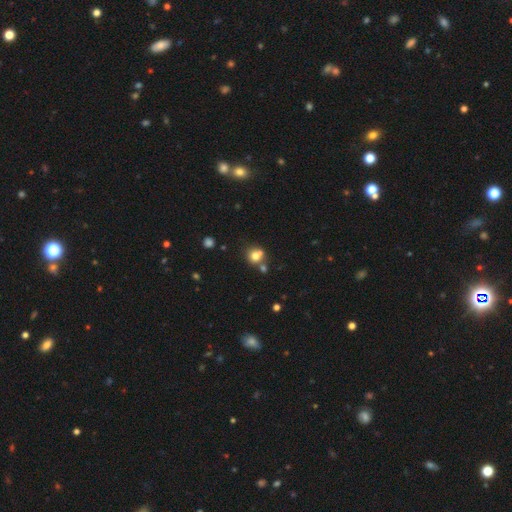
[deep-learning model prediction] Smooth or featured?
  - smooth: 75% *
  - star or artifact: 13%
  - featured or disk: 12%
How rounded?
  - round: 79% *
  - in between: 20%
  - cigar-shaped: 1%
Merging?
  - none: 51% *
  - merger: 34%
  - minor disturbance: 11%
  - major disturbance: 4%